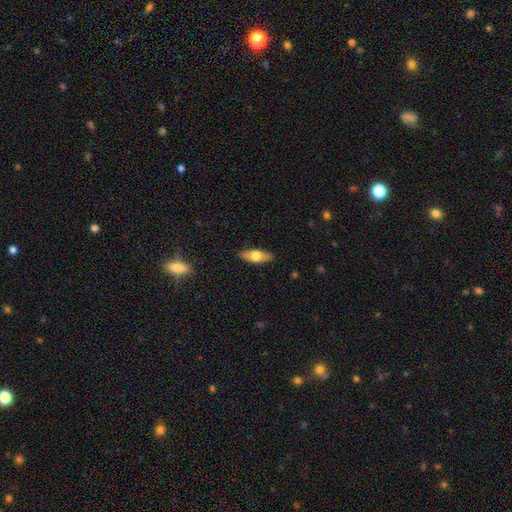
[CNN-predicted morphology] smooth_or_featured: smooth (p=0.61) [alt: featured or disk p=0.33]
how_rounded: in between (p=0.69) [alt: cigar-shaped p=0.28]
merging: none (p=0.87) [alt: minor disturbance p=0.10]